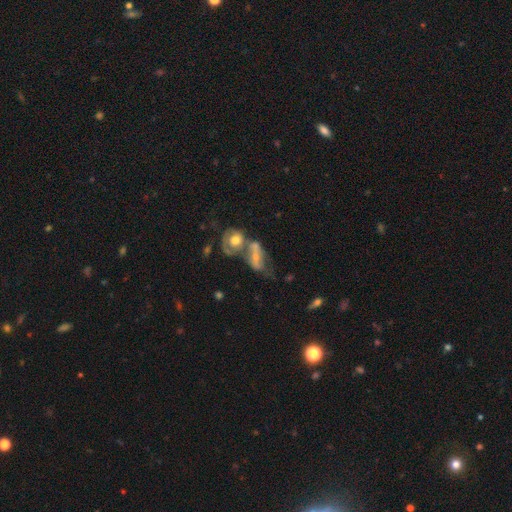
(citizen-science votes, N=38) smooth_or_featured: featured or disk (p=0.53) [alt: smooth p=0.45]
disk_edge_on: no (p=0.95) [alt: yes p=0.05]
bar: strong (p=0.53) [alt: no p=0.26]
has_spiral_arms: no (p=0.53) [alt: yes p=0.47]
bulge_size: moderate (p=0.53) [alt: small p=0.26]
merging: merger (p=0.84) [alt: none p=0.08]